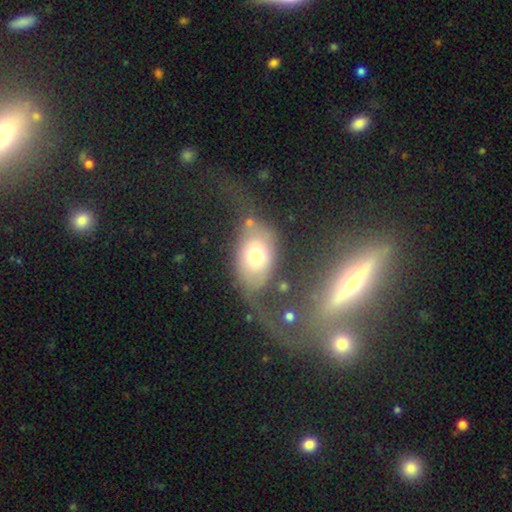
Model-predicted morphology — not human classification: type=smooth (57%); roundness=in between (77%); merging=none (36%).